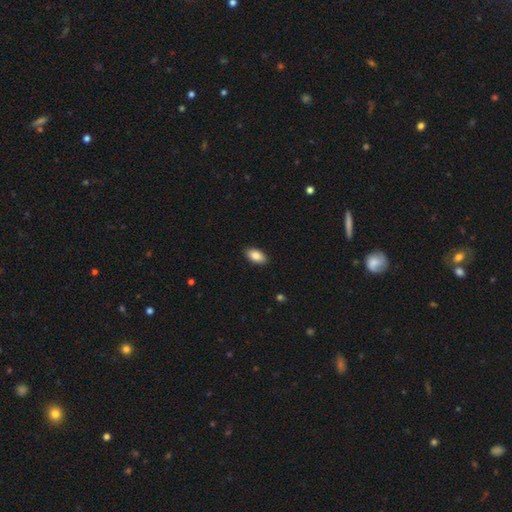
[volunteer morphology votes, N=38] This is likely a smooth galaxy (79%). How rounded: clearly in between (90%). Merging: clearly none (80%).